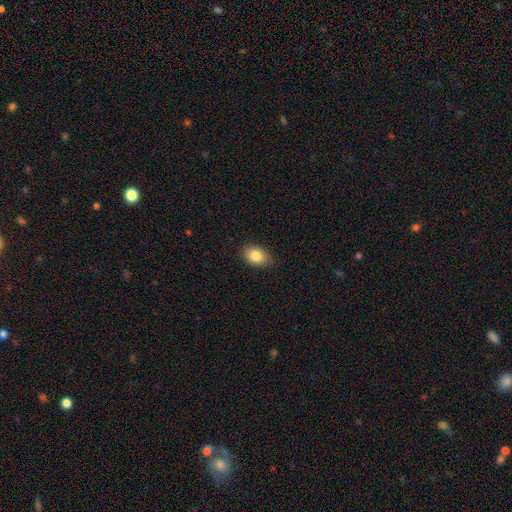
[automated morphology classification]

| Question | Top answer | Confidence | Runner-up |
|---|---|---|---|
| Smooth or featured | smooth | 84% | star or artifact (8%) |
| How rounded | in between | 79% | round (19%) |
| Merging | none | 84% | minor disturbance (13%) |